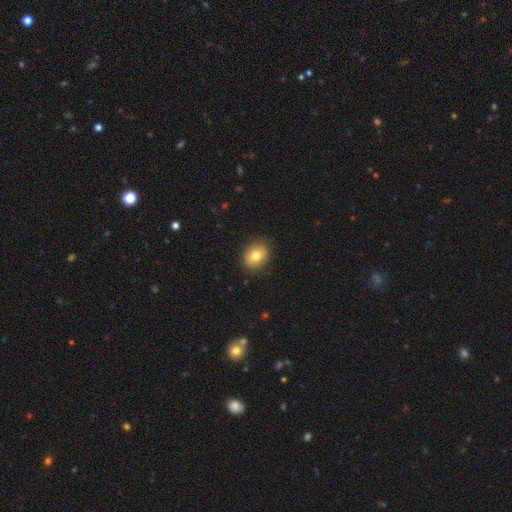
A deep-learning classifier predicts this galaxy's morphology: type=smooth (80%); roundness=in between (50%); merging=none (87%).